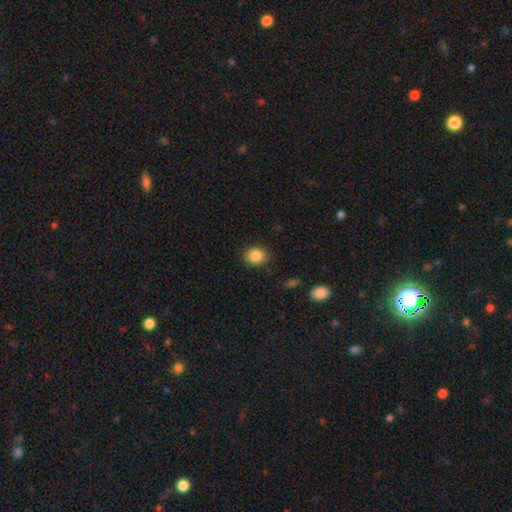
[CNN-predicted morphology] Smooth or featured? smooth (86%)
How rounded? round (56%)
Merging? none (87%)